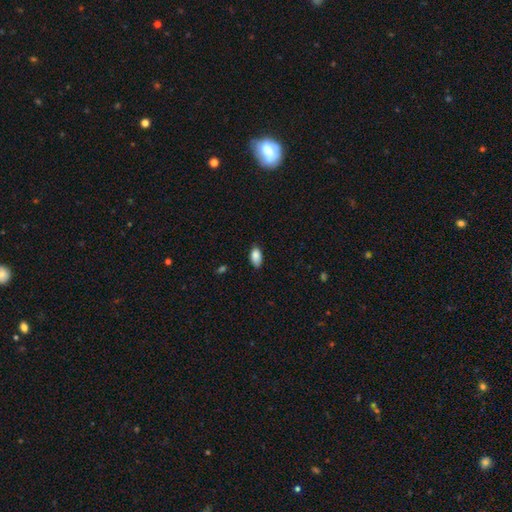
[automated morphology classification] smooth_or_featured: smooth (p=0.87) [alt: star or artifact p=0.07]
how_rounded: in between (p=0.93) [alt: round p=0.04]
merging: none (p=0.72) [alt: minor disturbance p=0.23]